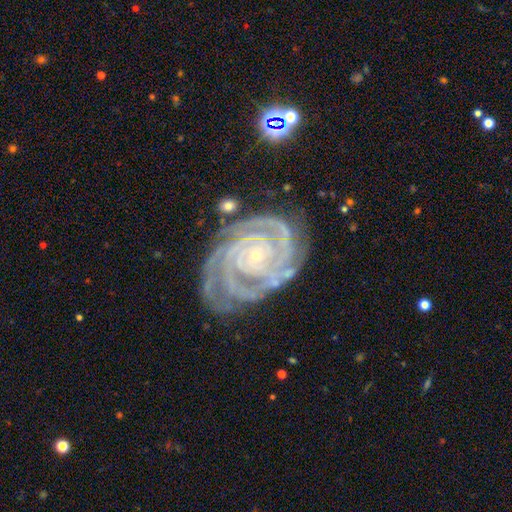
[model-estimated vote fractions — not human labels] Morphology: type=featured or disk (92%); edge-on=no (98%); bar=no (76%); spiral arms=yes (99%); winding=tight (82%); arm count=3 (29%); bulge=small (87%); merging=none (70%).